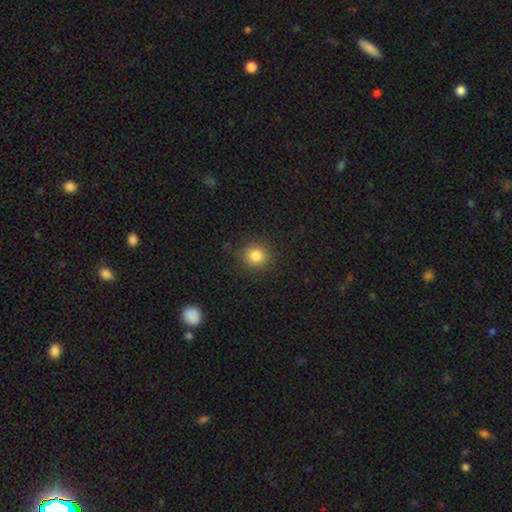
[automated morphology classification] smooth_or_featured: smooth (p=0.84) [alt: star or artifact p=0.11]
how_rounded: round (p=0.89) [alt: in between p=0.10]
merging: none (p=0.88) [alt: minor disturbance p=0.08]